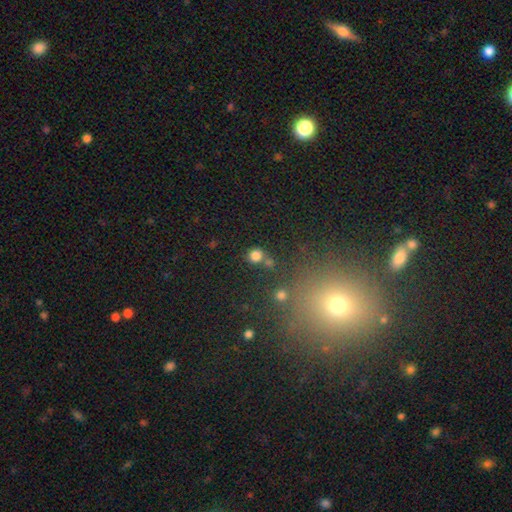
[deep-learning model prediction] A smooth galaxy with no disk features (79%) that is round (88%). Merging: none (65%).